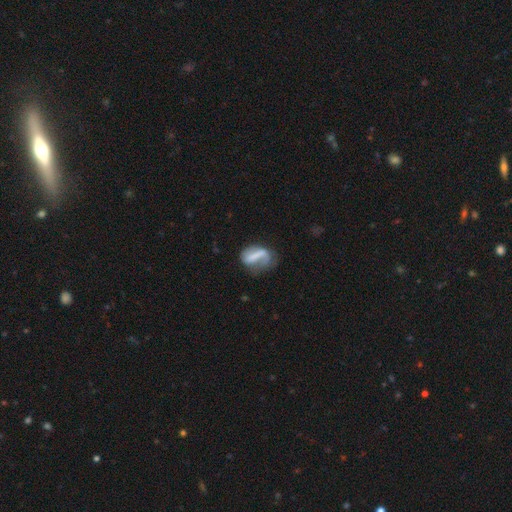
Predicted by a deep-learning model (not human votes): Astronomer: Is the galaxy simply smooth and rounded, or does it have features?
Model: featured or disk — 50% (runner-up: smooth, 41%).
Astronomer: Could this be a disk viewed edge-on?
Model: no — 93%.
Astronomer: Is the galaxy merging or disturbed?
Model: none — 38% (runner-up: major disturbance, 30%).